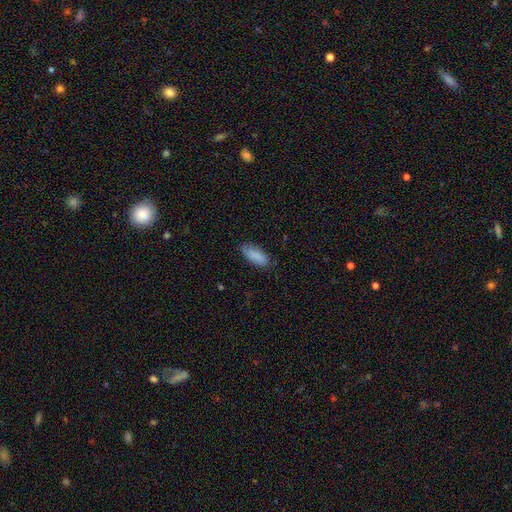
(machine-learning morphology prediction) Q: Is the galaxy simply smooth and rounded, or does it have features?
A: smooth — 88%.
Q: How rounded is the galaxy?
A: in between — 79%.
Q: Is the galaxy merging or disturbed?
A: none — 79%.